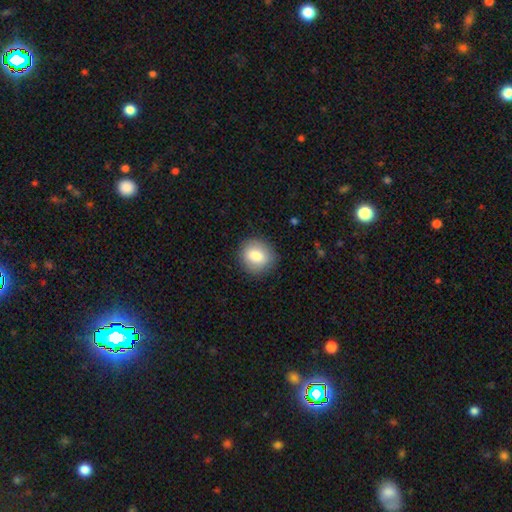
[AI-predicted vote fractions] smooth 81%, featured or disk 11%, star or artifact 8%. Down the decision tree: how rounded — round (78%); merging — none (87%).